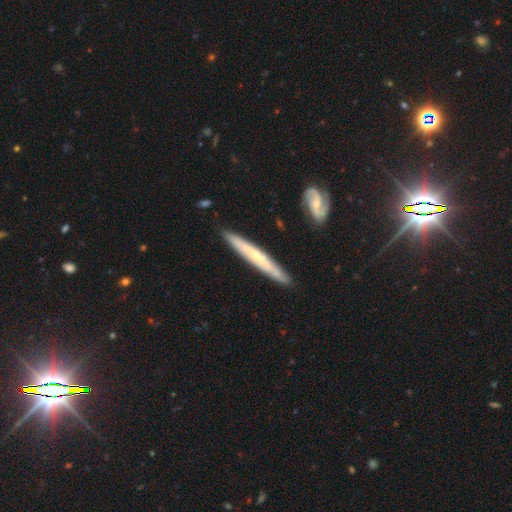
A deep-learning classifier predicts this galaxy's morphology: smooth-or-featured: featured or disk: 54% | smooth: 32% | star or artifact: 14%
  disk-edge-on: yes: 94% | no: 6%
    edge-on-bulge: rounded: 47% (tied) | none: 47% (tied) | boxy: 6%
  merging: none: 87% | minor disturbance: 10% | merger: 2% | major disturbance: 2%